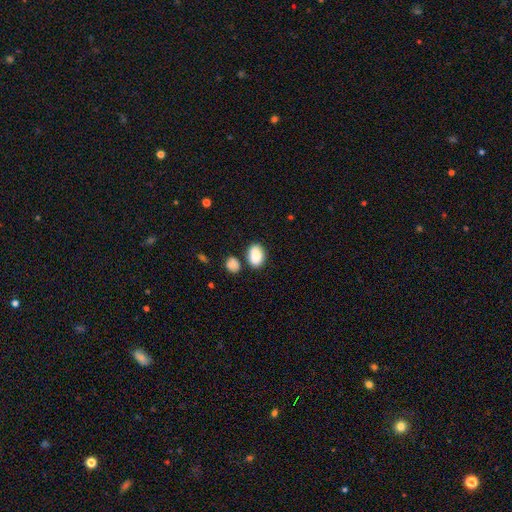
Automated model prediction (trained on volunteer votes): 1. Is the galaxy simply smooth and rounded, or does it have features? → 87% smooth, 7% star or artifact, 6% featured or disk.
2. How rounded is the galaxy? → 82% in between, 16% round, 1% cigar-shaped.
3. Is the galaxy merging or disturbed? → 69% none, 17% minor disturbance, 10% merger, 4% major disturbance.